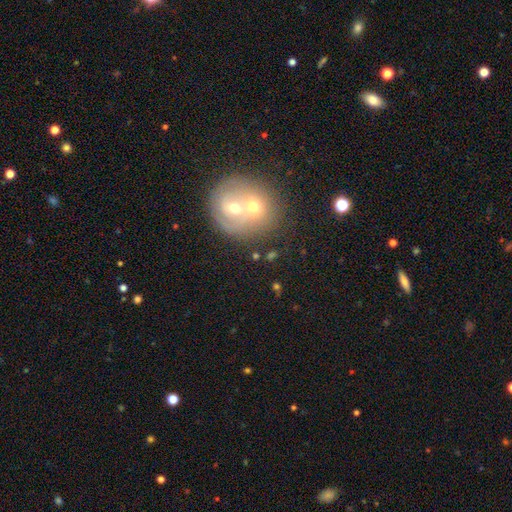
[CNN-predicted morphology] Smooth or featured? Predicted: smooth (p=0.46). Merging? Predicted: merger (p=0.64).